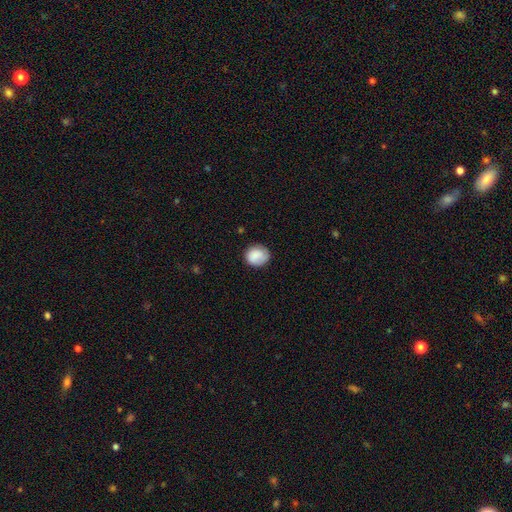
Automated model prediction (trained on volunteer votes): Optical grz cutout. It shows a smooth galaxy with no disk features (83%) that is round (79%). Merging: none (77%).